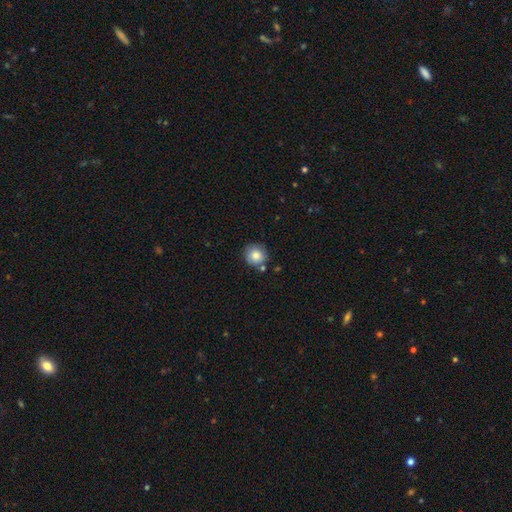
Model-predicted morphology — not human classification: Q: Smooth or featured?
A: smooth (82%); runner-up: featured or disk (9%)
Q: How rounded?
A: round (89%); runner-up: in between (10%)
Q: Merging?
A: none (77%); runner-up: minor disturbance (13%)